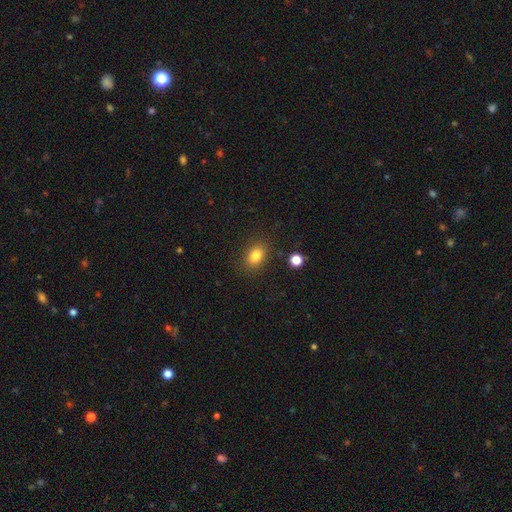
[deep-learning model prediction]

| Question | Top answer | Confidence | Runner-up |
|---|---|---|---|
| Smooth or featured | smooth | 83% | star or artifact (11%) |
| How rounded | in between | 68% | round (31%) |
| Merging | none | 85% | minor disturbance (10%) |